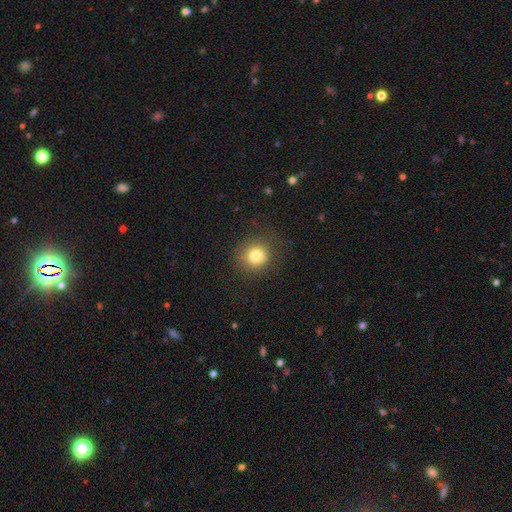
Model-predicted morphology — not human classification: This is likely a smooth galaxy (79%). How rounded: clearly round (90%). Merging: clearly none (83%).